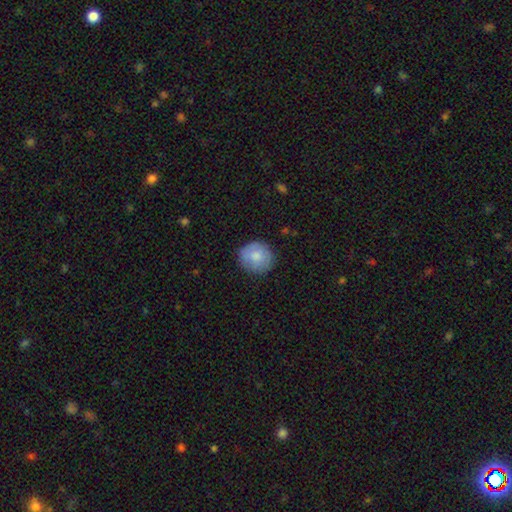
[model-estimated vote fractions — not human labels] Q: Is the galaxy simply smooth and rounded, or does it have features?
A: smooth — 77%.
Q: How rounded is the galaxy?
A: round — 88%.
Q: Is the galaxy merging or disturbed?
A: none — 83%.